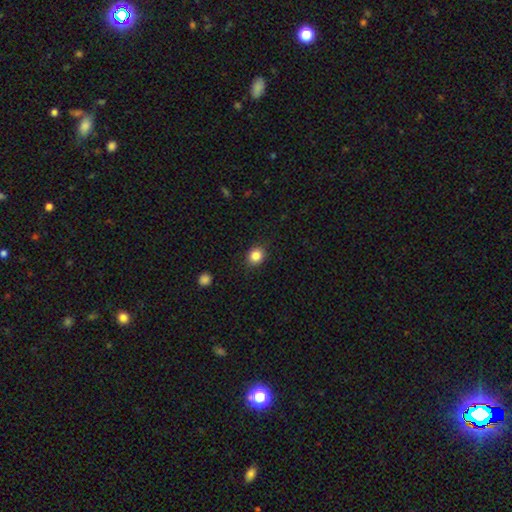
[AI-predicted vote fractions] The model was most divided on "how rounded": round: 72%, in between: 27%, cigar-shaped: 1%. More confident: merging — none (88%); smooth or featured — smooth (85%).